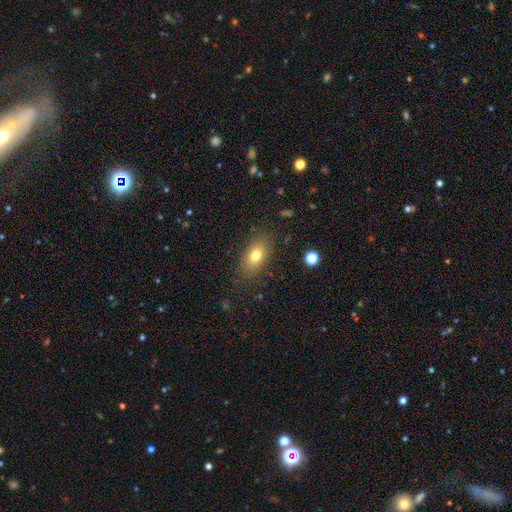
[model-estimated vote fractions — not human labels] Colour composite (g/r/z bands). It shows a smooth galaxy with no disk features (76%) that is in between round and cigar-shaped (84%). Merging: none (83%).